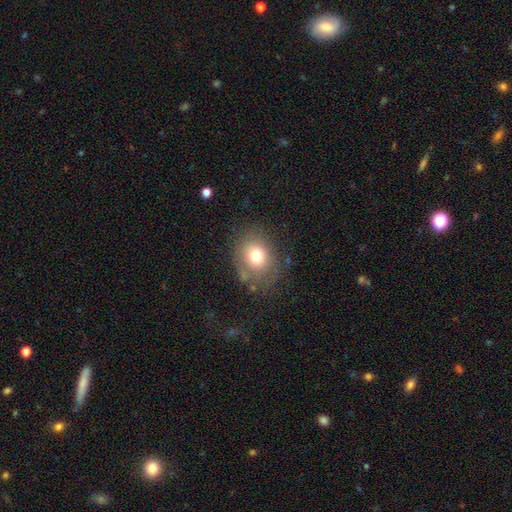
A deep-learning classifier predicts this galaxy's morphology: A smooth galaxy with no disk features (72%) that is round (56%). Merging: none (68%).